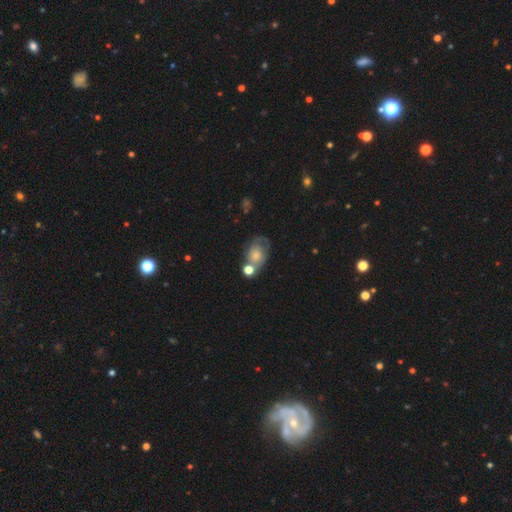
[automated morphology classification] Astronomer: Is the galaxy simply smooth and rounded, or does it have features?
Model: smooth — 45%, tied with featured or disk at 45%.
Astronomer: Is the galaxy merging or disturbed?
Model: none — 43% (runner-up: minor disturbance, 23%).